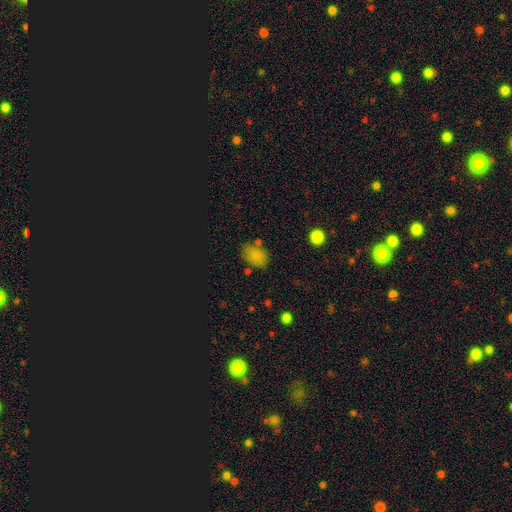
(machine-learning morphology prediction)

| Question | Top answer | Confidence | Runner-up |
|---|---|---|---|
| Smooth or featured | smooth | 79% | star or artifact (14%) |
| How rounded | in between | 82% | round (17%) |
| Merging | none | 71% | minor disturbance (17%) |